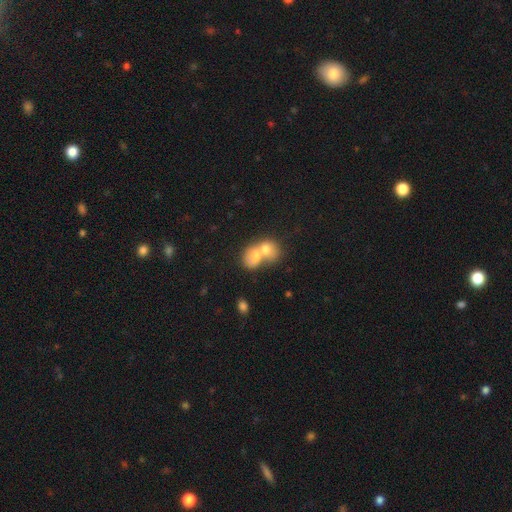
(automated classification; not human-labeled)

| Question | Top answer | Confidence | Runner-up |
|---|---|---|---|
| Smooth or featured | smooth | 62% | featured or disk (30%) |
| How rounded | in between | 51% | round (48%) |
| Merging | merger | 79% | none (12%) |